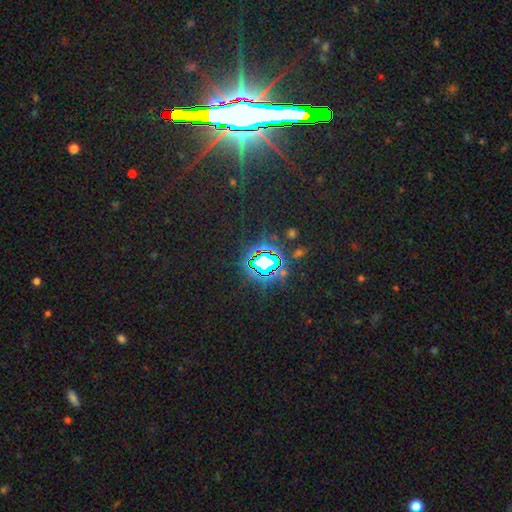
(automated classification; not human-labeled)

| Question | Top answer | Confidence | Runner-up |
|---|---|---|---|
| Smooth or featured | star or artifact | 77% | smooth (13%) |